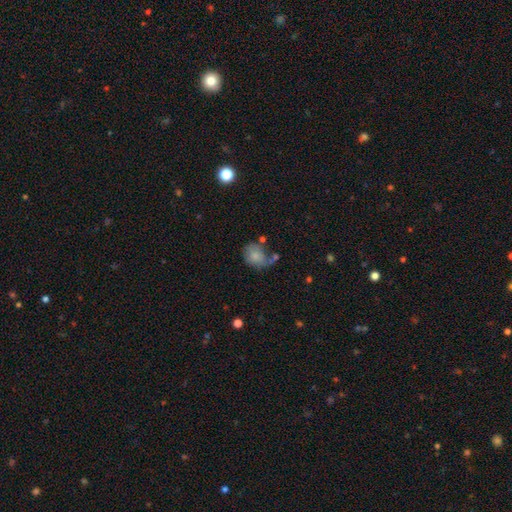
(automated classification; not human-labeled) Q: Smooth or featured?
A: smooth (72%); runner-up: featured or disk (19%)
Q: How rounded?
A: in between (53%); runner-up: round (46%)
Q: Merging?
A: none (36%); runner-up: minor disturbance (26%)